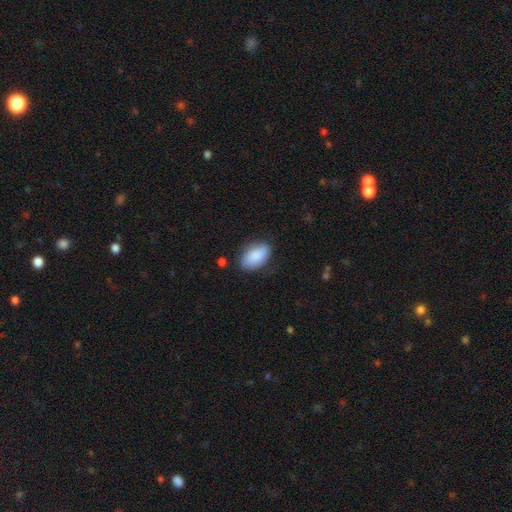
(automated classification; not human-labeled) This is clearly a smooth galaxy (85%). How rounded: clearly in between (92%). Merging: likely none (75%).